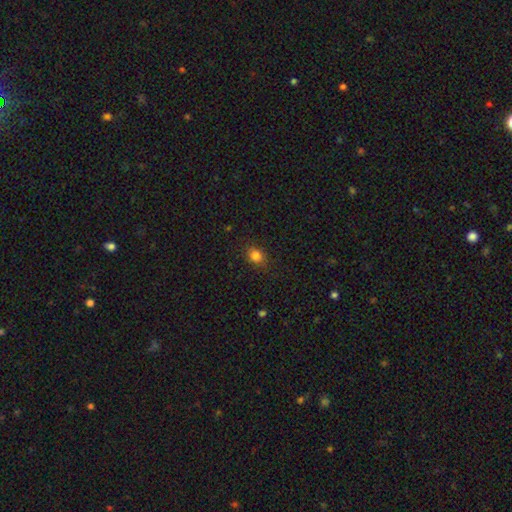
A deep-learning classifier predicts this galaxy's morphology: Smooth or featured?
  - smooth: 83% *
  - star or artifact: 12%
  - featured or disk: 5%
How rounded?
  - round: 56% *
  - in between: 43%
  - cigar-shaped: 1%
Merging?
  - none: 86% *
  - minor disturbance: 10%
  - major disturbance: 3%
  - merger: 1%